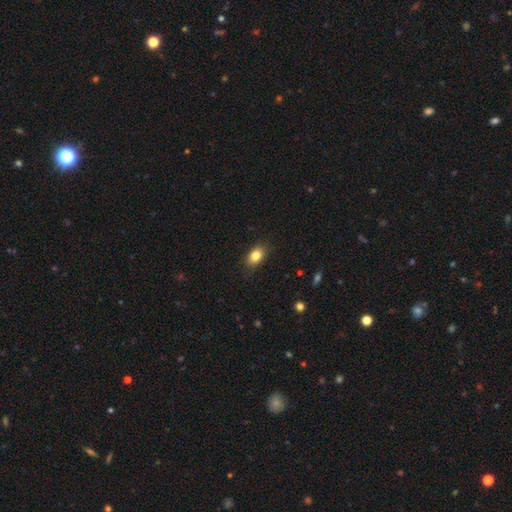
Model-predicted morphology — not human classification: Q: Smooth or featured?
A: smooth (83%); runner-up: star or artifact (9%)
Q: How rounded?
A: in between (81%); runner-up: round (17%)
Q: Merging?
A: none (84%); runner-up: minor disturbance (12%)